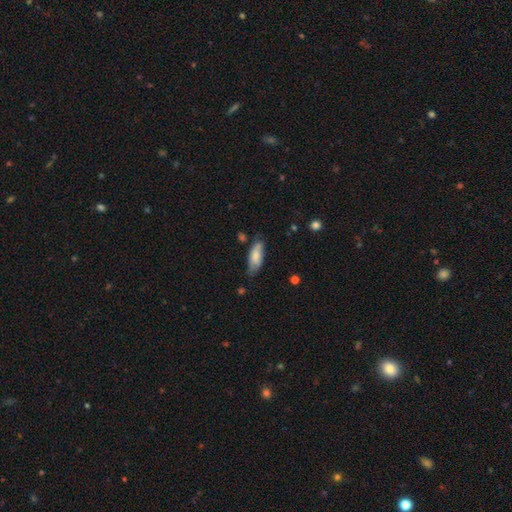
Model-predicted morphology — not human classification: smooth 75%, featured or disk 18%, star or artifact 6%. Down the decision tree: how rounded — in between (71%); merging — none (65%).